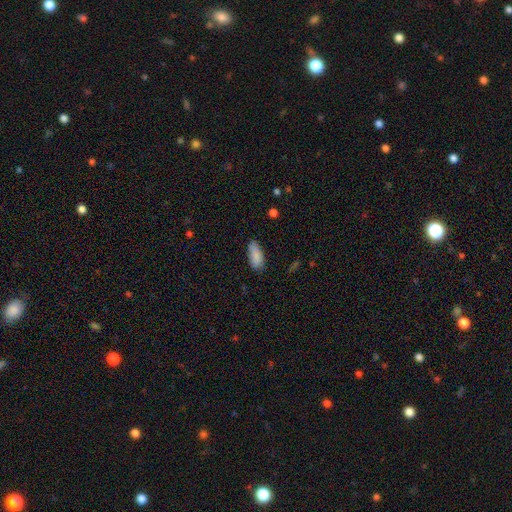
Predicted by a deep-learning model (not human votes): A smooth galaxy with no disk features (87%) that is in between round and cigar-shaped (87%).

Vote fractions:
- Smooth or featured? smooth: 87% / featured or disk: 7% / star or artifact: 6%
- How rounded? in between: 87% / cigar-shaped: 11% / round: 2%
- Merging? none: 76% / minor disturbance: 19% / major disturbance: 3% / merger: 1%